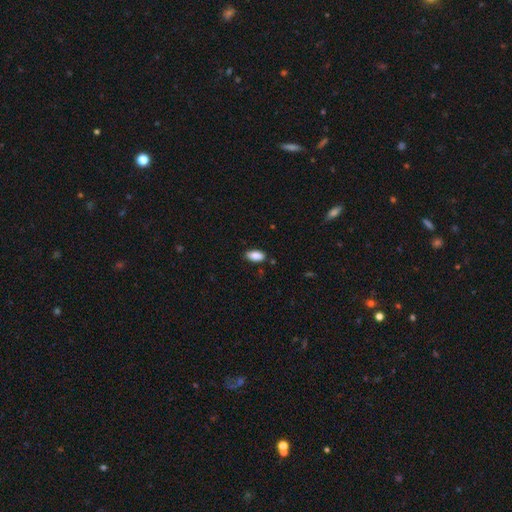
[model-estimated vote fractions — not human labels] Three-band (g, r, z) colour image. It shows a smooth galaxy with no disk features (88%) that is in between round and cigar-shaped (92%). Merging: none (83%).